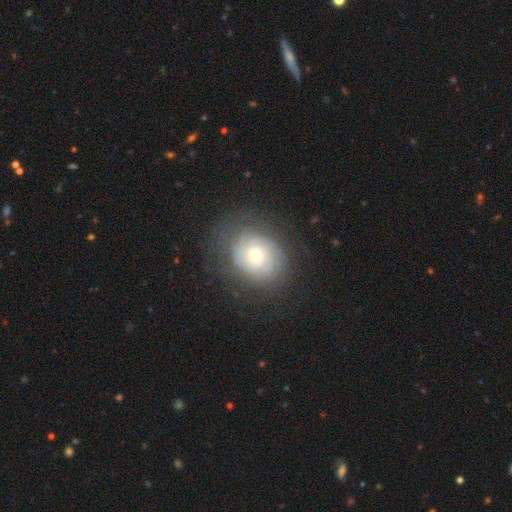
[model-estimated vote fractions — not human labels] This appears to be a featured or disk galaxy (66%) with no bar (82%), tight (74%) spiral arms (87%) and a small central bulge (55%). Merging: none (73%).